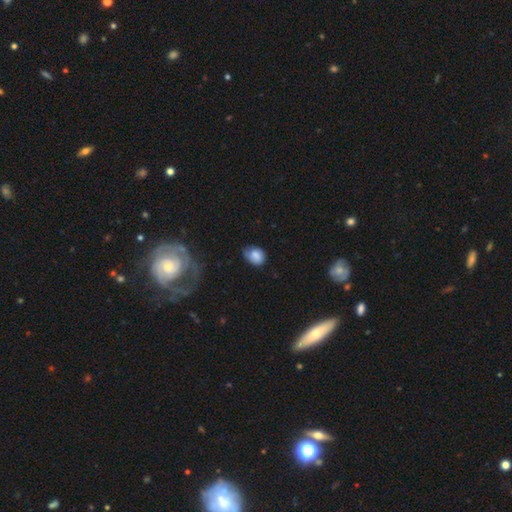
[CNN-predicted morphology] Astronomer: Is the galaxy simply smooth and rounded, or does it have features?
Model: smooth — 79%.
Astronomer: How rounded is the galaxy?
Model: in between — 63%.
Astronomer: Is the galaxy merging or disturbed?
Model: none — 48% (runner-up: minor disturbance, 39%).